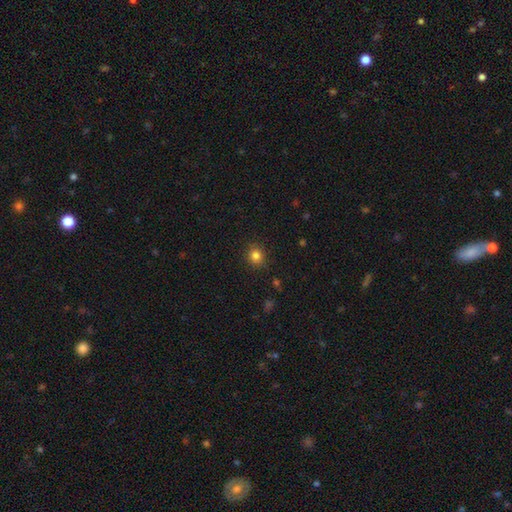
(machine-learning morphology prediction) The model was most divided on "smooth or featured": smooth: 83%, star or artifact: 12%, featured or disk: 5%. More confident: merging — none (90%); how rounded — round (88%).